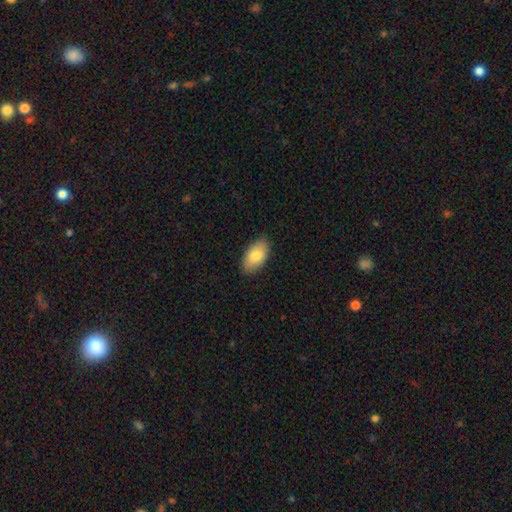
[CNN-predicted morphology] A smooth galaxy with no disk features (79%) that is in between round and cigar-shaped (94%). Merging: none (84%).